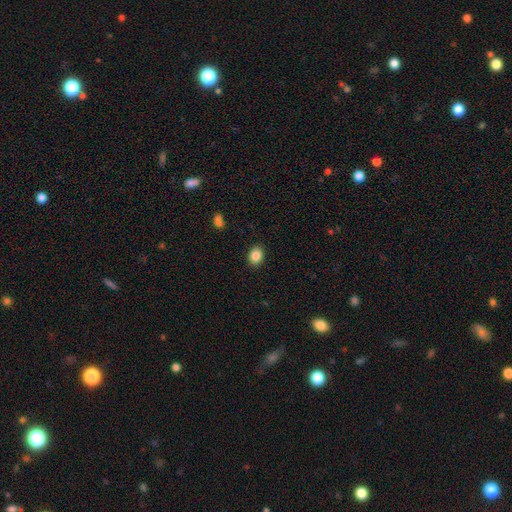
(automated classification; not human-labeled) This is clearly a smooth galaxy (87%). How rounded: possibly in between (54%). Merging: clearly none (89%).